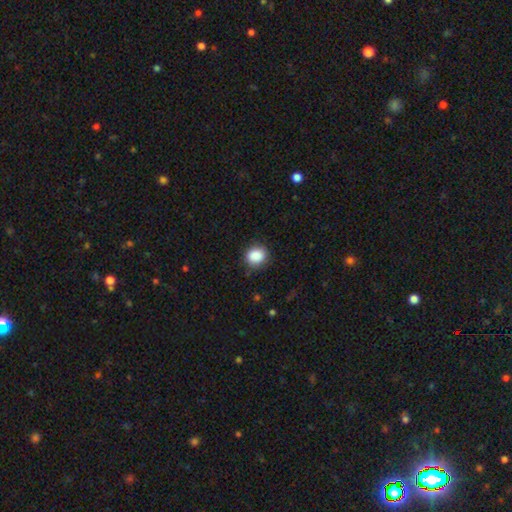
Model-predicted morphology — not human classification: smooth_or_featured: smooth (p=0.88) [alt: star or artifact p=0.08]
how_rounded: round (p=0.74) [alt: in between p=0.25]
merging: none (p=0.81) [alt: minor disturbance p=0.14]